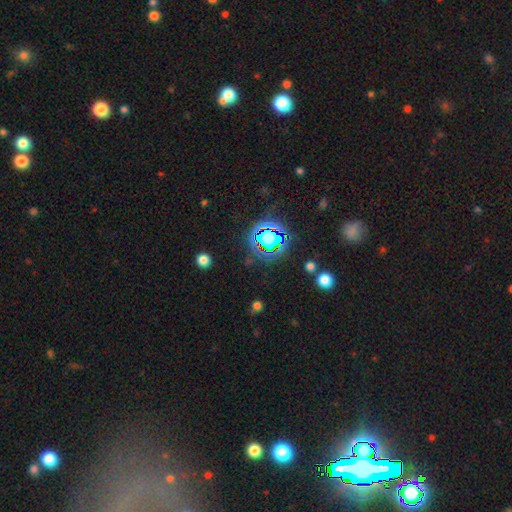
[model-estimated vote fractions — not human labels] smooth-or-featured: star or artifact: 75% | smooth: 15% | featured or disk: 10%